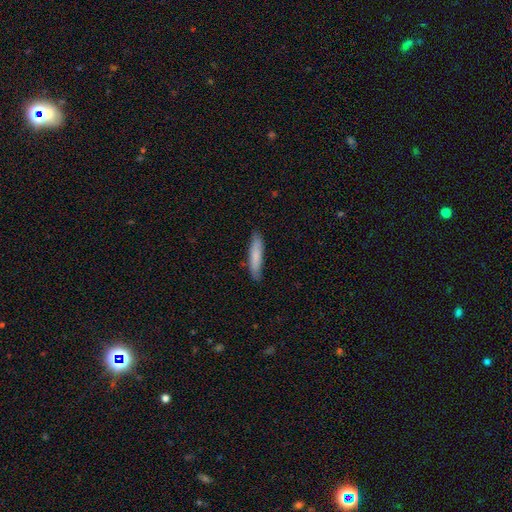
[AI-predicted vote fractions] Smooth or featured?
  - smooth: 80% *
  - featured or disk: 15%
  - star or artifact: 5%
How rounded?
  - cigar-shaped: 86% *
  - in between: 12%
  - round: 1%
Merging?
  - none: 85% *
  - minor disturbance: 12%
  - major disturbance: 2%
  - merger: 1%